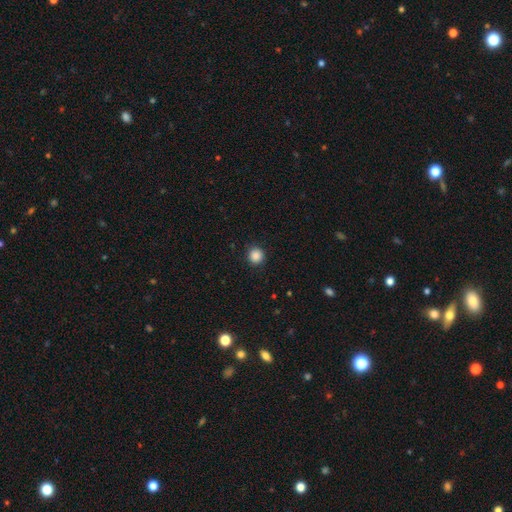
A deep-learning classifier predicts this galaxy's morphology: The model was most divided on "smooth or featured": smooth: 87%, star or artifact: 10%, featured or disk: 3%. More confident: how rounded — round (94%); merging — none (90%).